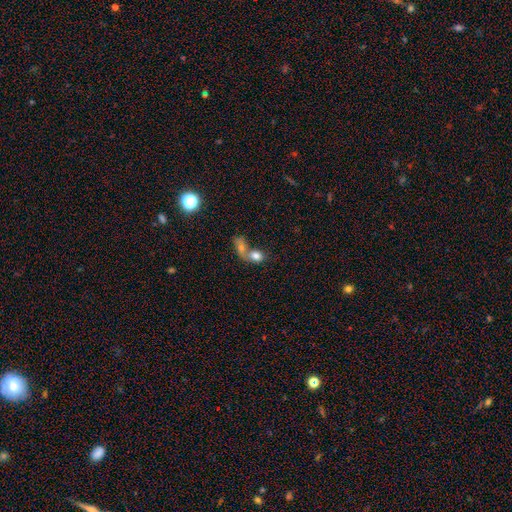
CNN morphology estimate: Overall: smooth (75%). How rounded: in between (58%; round 39%). Merging: merger (73%).